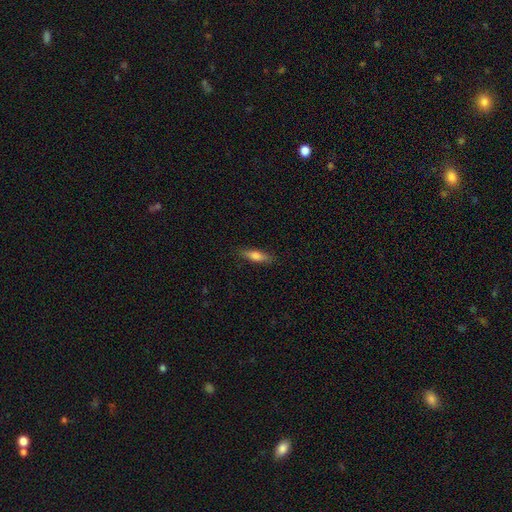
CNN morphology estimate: This is likely a smooth galaxy (70%). How rounded: possibly cigar-shaped (57%). Merging: clearly none (85%).